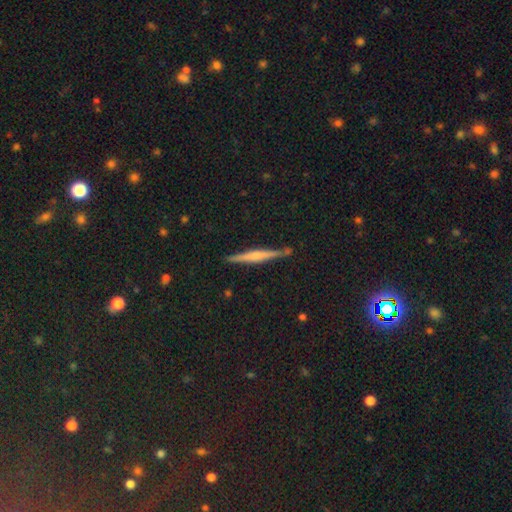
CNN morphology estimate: featured or disk 61%, smooth 29%, star or artifact 10%. Down the decision tree: edge-on disk — yes (97%); edge-on bulge — rounded (48%); merging — none (87%).